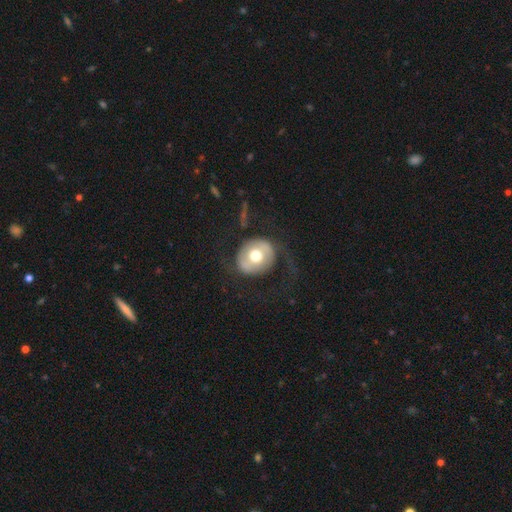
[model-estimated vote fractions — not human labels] Smooth or featured: smooth — 47% (featured or disk — 46%)
Merging: none — 61% (major disturbance — 22%)